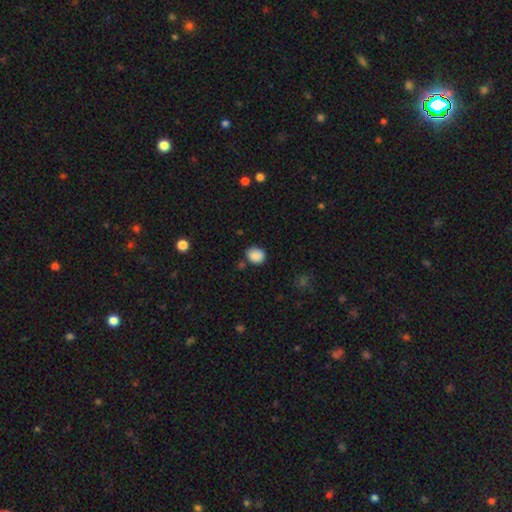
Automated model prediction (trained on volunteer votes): smooth 88%, star or artifact 9%, featured or disk 3%. Down the decision tree: how rounded — round (59%); merging — none (77%).